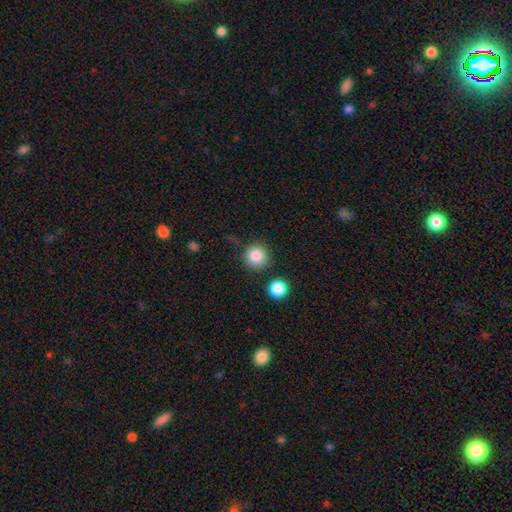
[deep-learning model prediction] Q: Smooth or featured?
A: smooth (86%); runner-up: star or artifact (10%)
Q: How rounded?
A: round (94%); runner-up: in between (5%)
Q: Merging?
A: none (83%); runner-up: minor disturbance (10%)